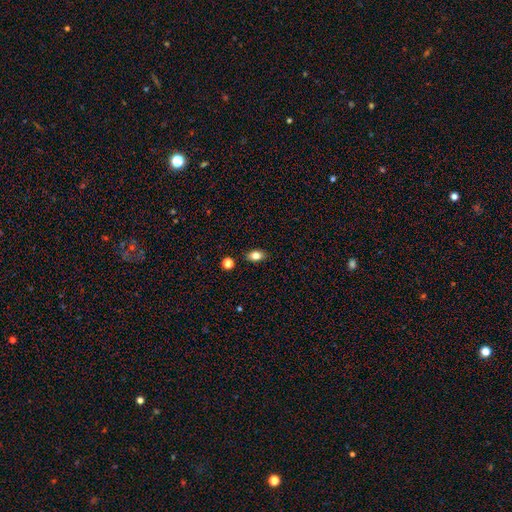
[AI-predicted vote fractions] smooth-or-featured: smooth: 80% | star or artifact: 10% | featured or disk: 10%
  how-rounded: in between: 81% | round: 17% | cigar-shaped: 3%
  merging: none: 86% | minor disturbance: 9% | merger: 2% | major disturbance: 2%